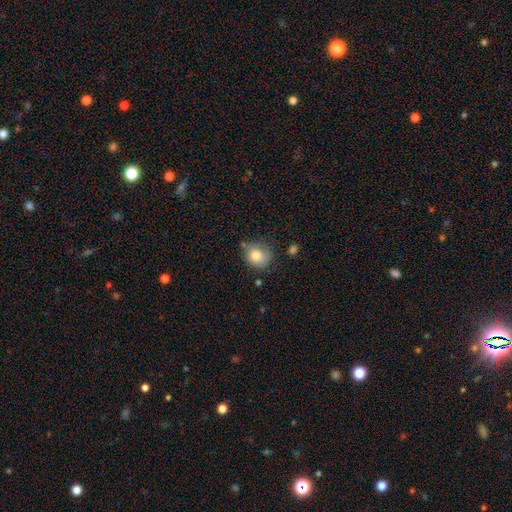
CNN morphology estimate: Smooth or featured? Predicted: smooth (p=0.77). How rounded? Predicted: round (p=0.79). Merging? Predicted: none (p=0.63).